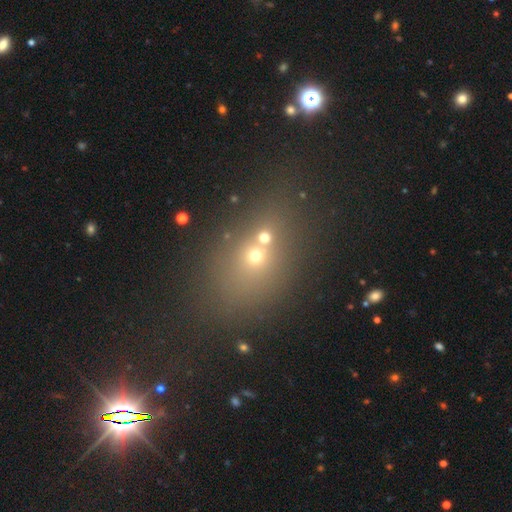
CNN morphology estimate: Overall: smooth (53%; star or artifact 29%). How rounded: round (50%; in between 48%). Merging: none (51%; merger 33%).